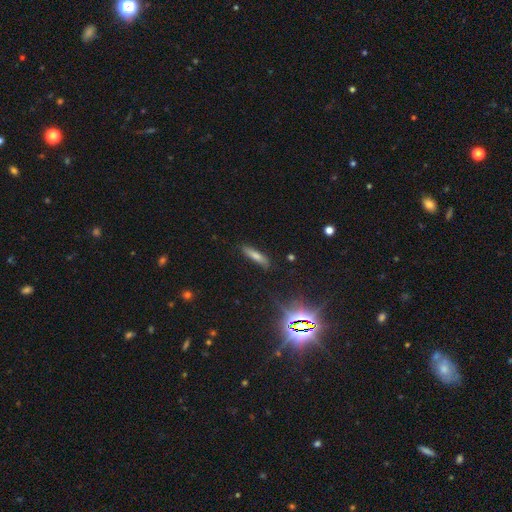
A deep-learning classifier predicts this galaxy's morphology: Overall: smooth (57%; star or artifact 21%). How rounded: cigar-shaped (77%). Merging: none (84%).